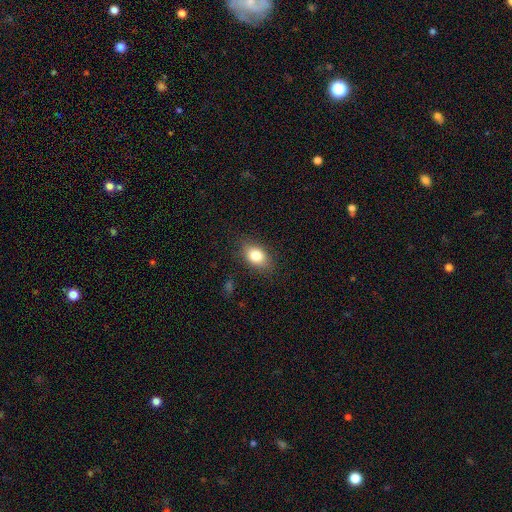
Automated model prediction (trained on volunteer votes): Smooth or featured? Predicted: smooth (p=0.80). How rounded? Predicted: in between (p=0.80). Merging? Predicted: none (p=0.83).